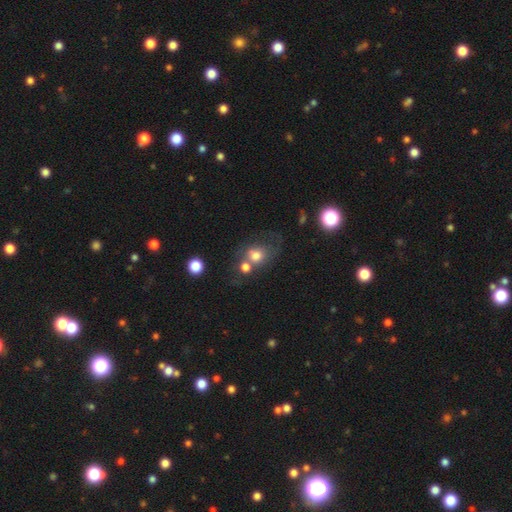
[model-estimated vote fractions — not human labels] This appears to be a smooth galaxy with no disk features (72%) that is round (67%). Merging: merger (42%).